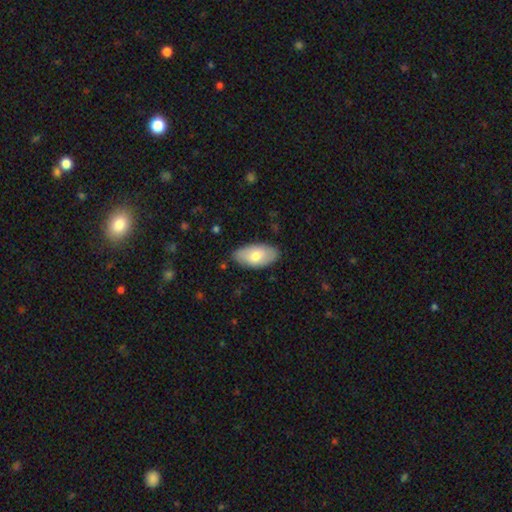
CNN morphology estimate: The model was most divided on "smooth or featured": smooth: 73%, featured or disk: 21%, star or artifact: 5%. More confident: how rounded — in between (95%); merging — none (81%).